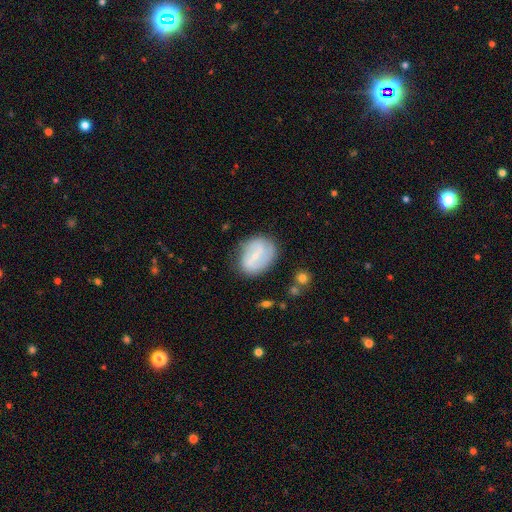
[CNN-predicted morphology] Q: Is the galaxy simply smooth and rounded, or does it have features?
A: featured or disk — 53%.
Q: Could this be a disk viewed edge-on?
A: no — 95%.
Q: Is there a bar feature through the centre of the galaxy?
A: weak — 47%.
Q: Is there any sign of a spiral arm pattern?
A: yes — 57%.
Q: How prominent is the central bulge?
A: small — 68%.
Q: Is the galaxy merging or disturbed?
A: none — 70%.